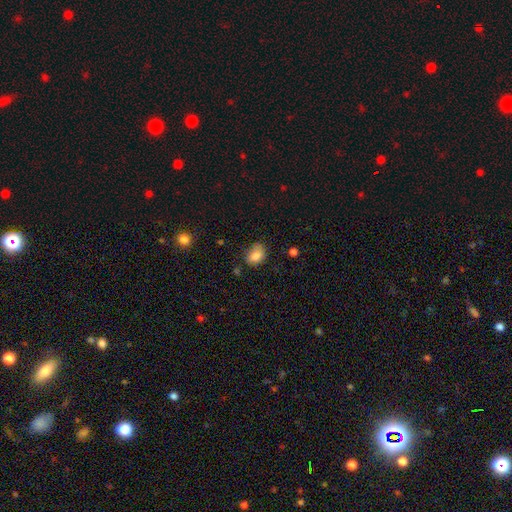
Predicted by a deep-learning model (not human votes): Morphology: type=smooth (81%); roundness=in between (68%); merging=none (54%).